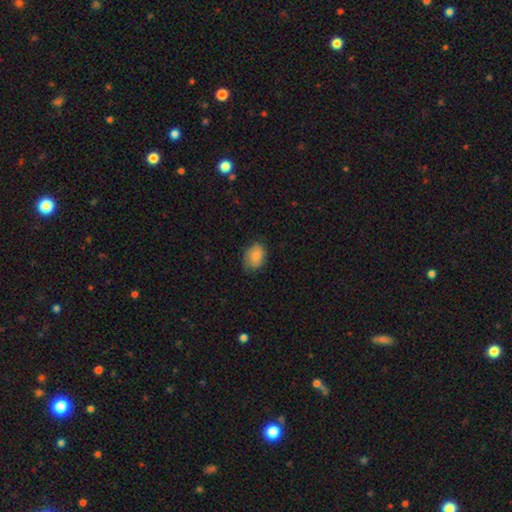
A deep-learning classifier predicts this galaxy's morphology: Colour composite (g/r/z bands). It shows a smooth galaxy with no disk features (83%) that is in between round and cigar-shaped (69%). Merging: none (69%).